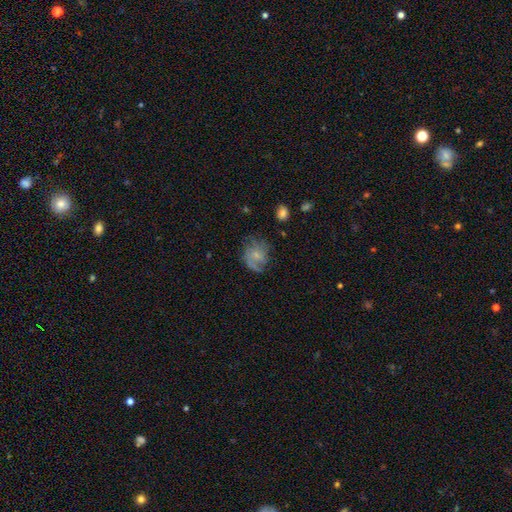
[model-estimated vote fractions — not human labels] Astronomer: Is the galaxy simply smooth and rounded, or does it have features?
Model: featured or disk — 56% (runner-up: smooth, 35%).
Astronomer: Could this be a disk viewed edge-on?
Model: no — 97%.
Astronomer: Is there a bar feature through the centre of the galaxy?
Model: no — 64%.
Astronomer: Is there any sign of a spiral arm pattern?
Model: yes — 83%.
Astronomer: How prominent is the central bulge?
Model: small — 57%.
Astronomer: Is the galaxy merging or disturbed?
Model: none — 57%.